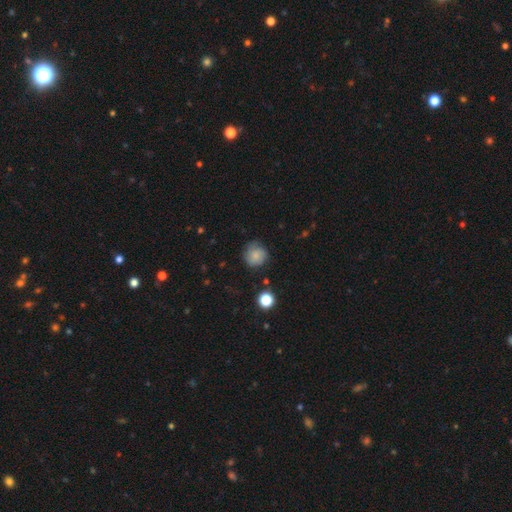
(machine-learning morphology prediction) A smooth galaxy with no disk features (73%) that is round (90%).

Vote fractions:
- Smooth or featured? smooth: 73% / featured or disk: 17% / star or artifact: 10%
- How rounded? round: 90% / in between: 9% / cigar-shaped: 1%
- Merging? none: 73% / minor disturbance: 20% / major disturbance: 5% / merger: 2%